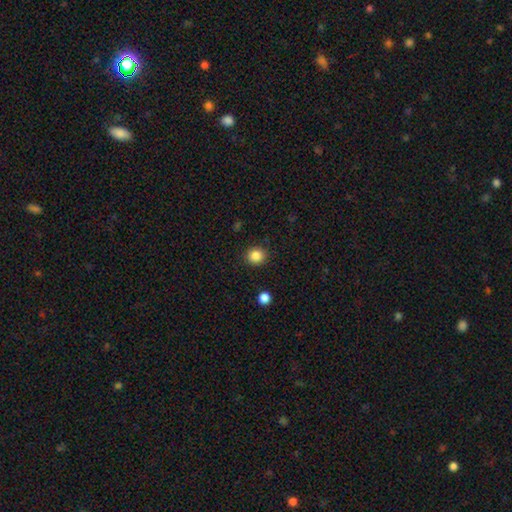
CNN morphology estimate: Smooth or featured?
  - smooth: 86% *
  - star or artifact: 10%
  - featured or disk: 4%
How rounded?
  - round: 85% *
  - in between: 15%
  - cigar-shaped: 1%
Merging?
  - none: 89% *
  - minor disturbance: 7%
  - major disturbance: 2%
  - merger: 2%